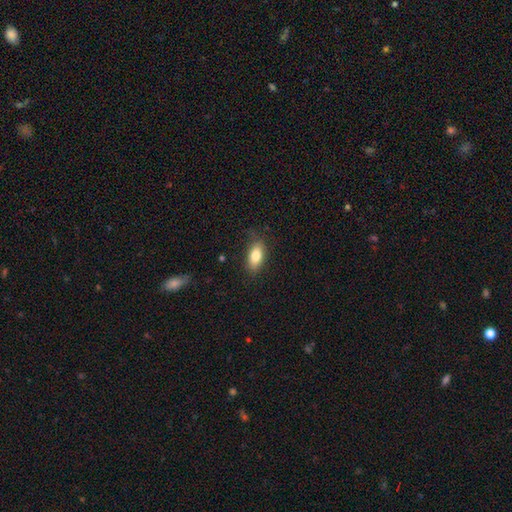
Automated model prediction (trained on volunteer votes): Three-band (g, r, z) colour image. It shows a smooth galaxy with no disk features (82%) that is in between round and cigar-shaped (87%). Merging: none (79%).